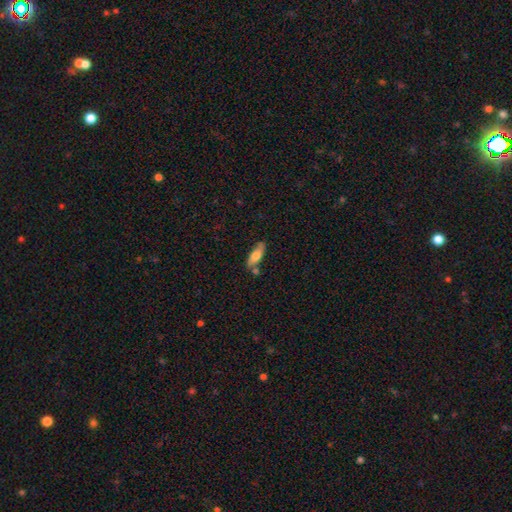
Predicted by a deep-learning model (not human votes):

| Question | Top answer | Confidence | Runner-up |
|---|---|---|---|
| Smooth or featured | smooth | 66% | featured or disk (28%) |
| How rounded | in between | 58% | cigar-shaped (39%) |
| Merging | none | 68% | minor disturbance (17%) |